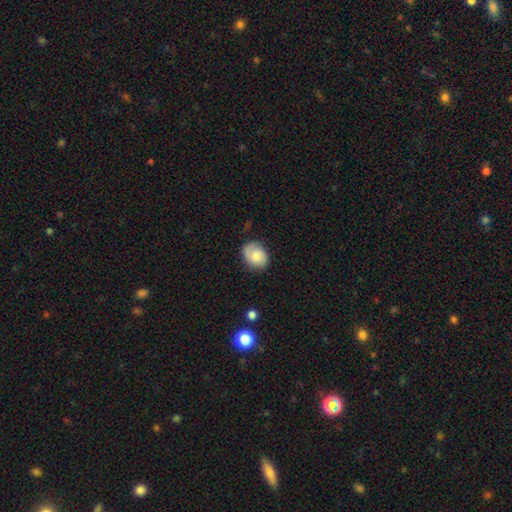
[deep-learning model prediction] smooth-or-featured: smooth: 65% | featured or disk: 28% | star or artifact: 8%
  how-rounded: round: 50% | in between: 49% | cigar-shaped: 1%
  merging: none: 68% | minor disturbance: 23% | major disturbance: 7% | merger: 1%